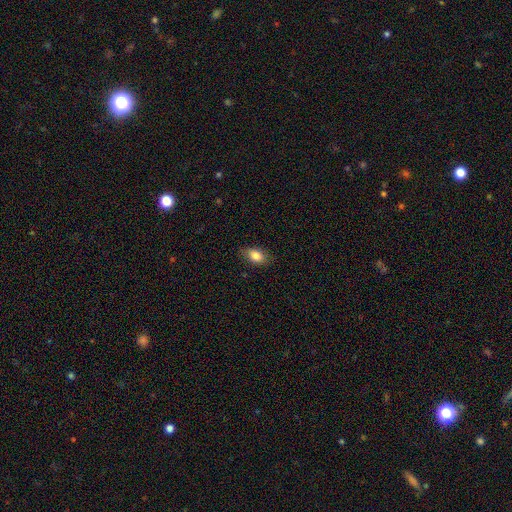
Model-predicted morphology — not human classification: Smooth or featured? Predicted: smooth (p=0.84). How rounded? Predicted: in between (p=0.86). Merging? Predicted: none (p=0.80).